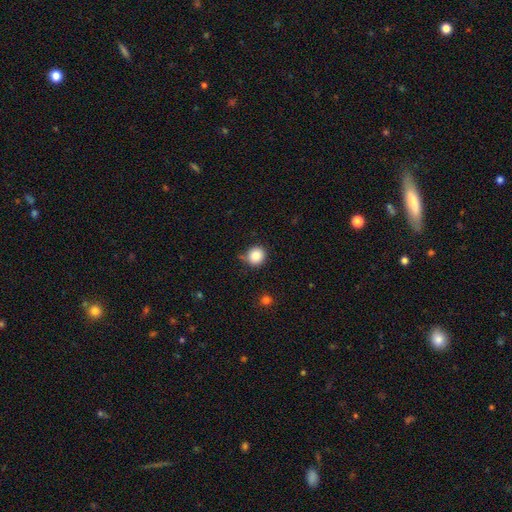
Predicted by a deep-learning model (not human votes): A smooth galaxy with no disk features (85%) that is round (90%).

Vote fractions:
- Smooth or featured? smooth: 85% / star or artifact: 10% / featured or disk: 5%
- How rounded? round: 90% / in between: 9% / cigar-shaped: 1%
- Merging? none: 71% / minor disturbance: 20% / major disturbance: 5% / merger: 4%